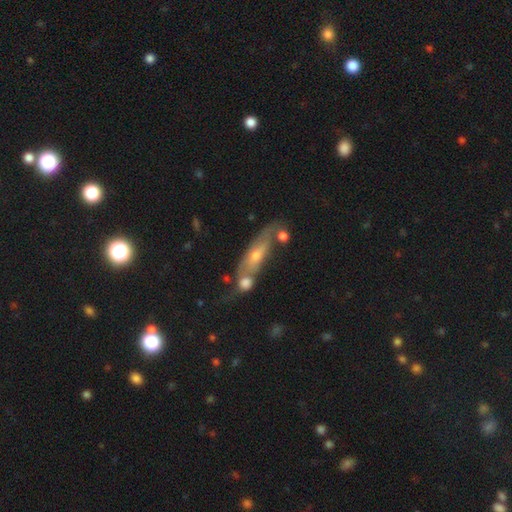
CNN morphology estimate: Overall: featured or disk (53%; smooth 38%). Edge-on disk: no (51%; yes 49%). Merging: none (38%; merger 33%).